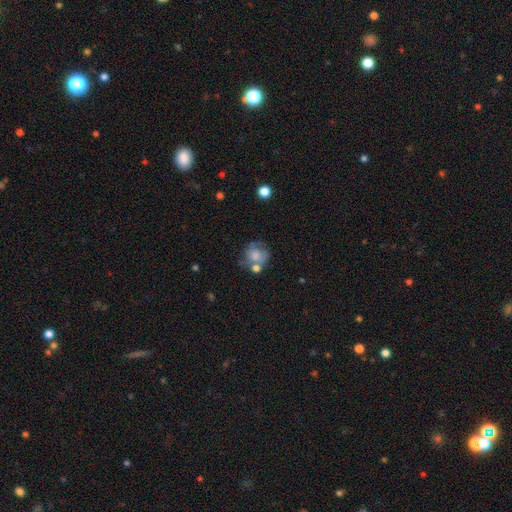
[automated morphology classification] Smooth or featured? Predicted: smooth (p=0.62). How rounded? Predicted: round (p=0.74). Merging? Predicted: none (p=0.42).